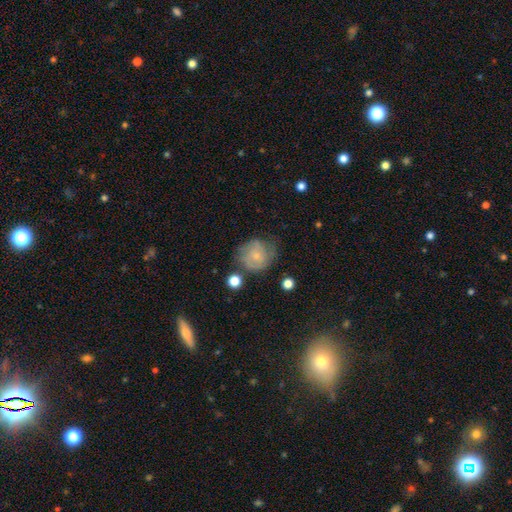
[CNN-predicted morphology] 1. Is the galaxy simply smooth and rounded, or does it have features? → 46% featured or disk, 45% smooth, 9% star or artifact.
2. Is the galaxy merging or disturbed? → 57% none, 26% minor disturbance, 12% major disturbance, 4% merger.